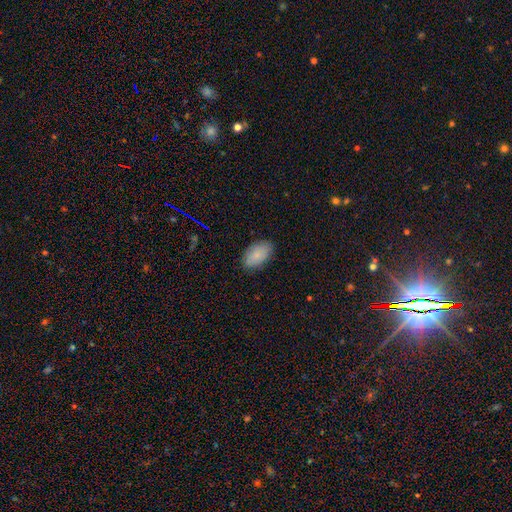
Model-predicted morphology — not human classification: Smooth or featured: smooth — 87% (star or artifact — 7%)
How rounded: in between — 94% (round — 4%)
Merging: none — 84% (minor disturbance — 13%)